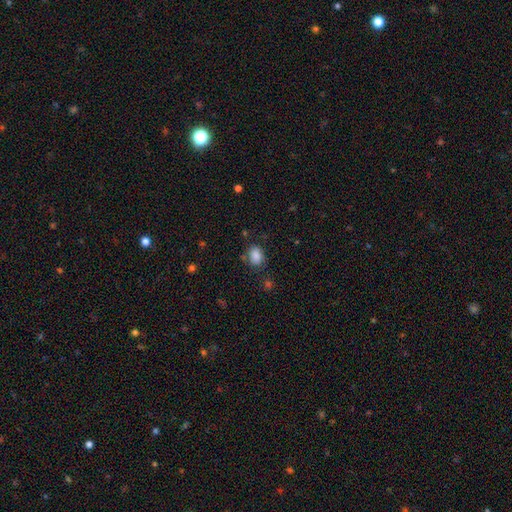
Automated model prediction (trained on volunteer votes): smooth_or_featured: smooth (p=0.84) [alt: star or artifact p=0.09]
how_rounded: in between (p=0.68) [alt: round p=0.31]
merging: none (p=0.71) [alt: minor disturbance p=0.19]